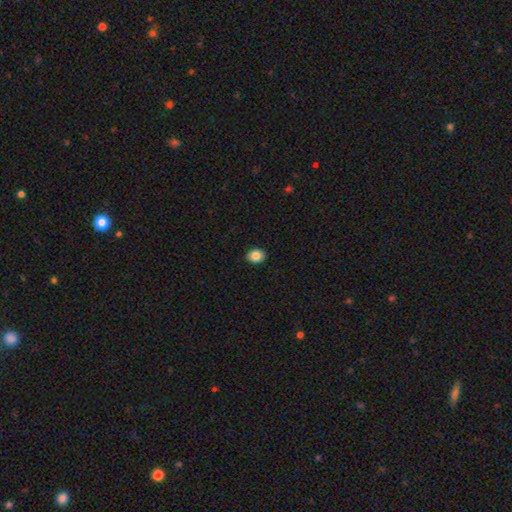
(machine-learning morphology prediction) Smooth or featured? smooth (86%)
How rounded? in between (54%)
Merging? none (91%)